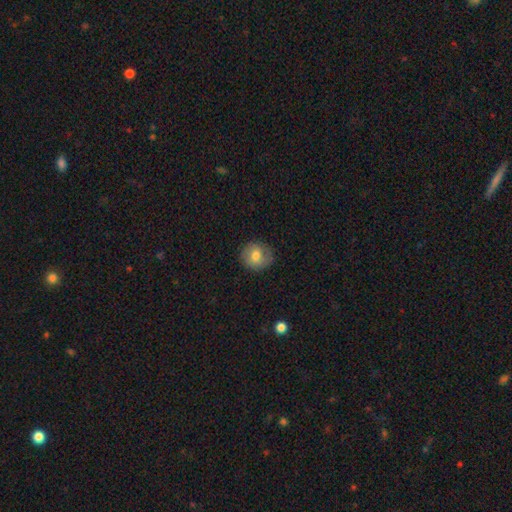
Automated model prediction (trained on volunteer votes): smooth_or_featured: smooth (p=0.71) [alt: featured or disk p=0.20]
how_rounded: round (p=0.83) [alt: in between p=0.16]
merging: none (p=0.84) [alt: minor disturbance p=0.12]